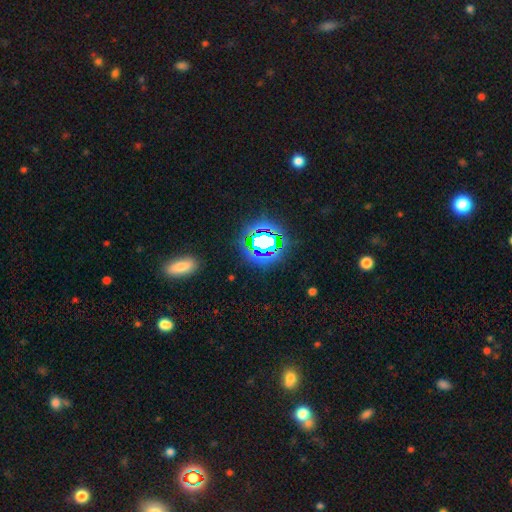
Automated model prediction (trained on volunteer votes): star or artifact 66%, smooth 24%, featured or disk 10%.